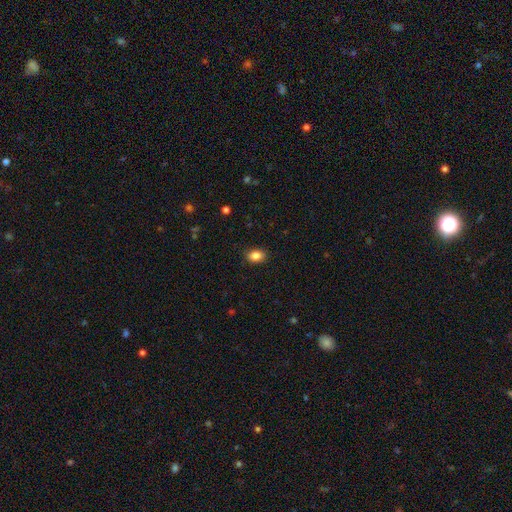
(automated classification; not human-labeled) smooth-or-featured: smooth: 86% | star or artifact: 9% | featured or disk: 5%
  how-rounded: in between: 78% | round: 21% | cigar-shaped: 1%
  merging: none: 88% | minor disturbance: 9% | major disturbance: 2% | merger: 1%